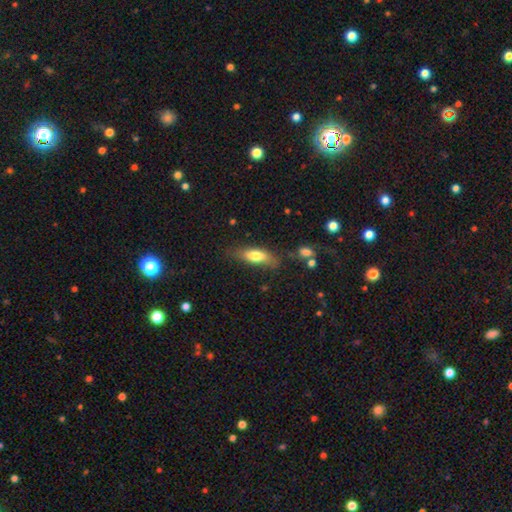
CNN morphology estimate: The model was most divided on "how rounded": in between: 61%, cigar-shaped: 36%, round: 3%. More confident: smooth or featured — smooth (71%); merging — none (69%).